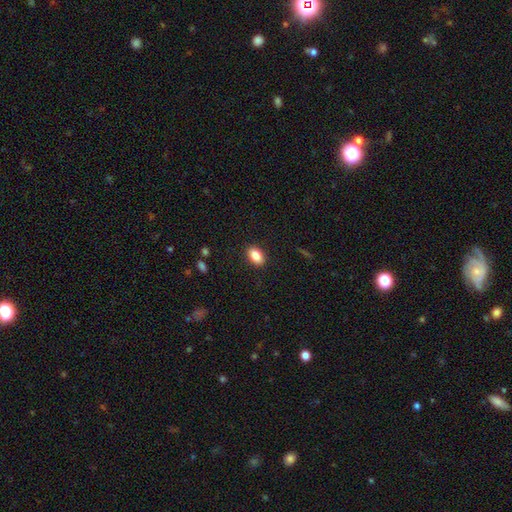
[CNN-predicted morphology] A smooth galaxy with no disk features (85%) that is in between round and cigar-shaped (88%).

Vote fractions:
- Smooth or featured? smooth: 85% / star or artifact: 8% / featured or disk: 7%
- How rounded? in between: 88% / round: 9% / cigar-shaped: 2%
- Merging? none: 87% / minor disturbance: 9% / major disturbance: 2% / merger: 1%